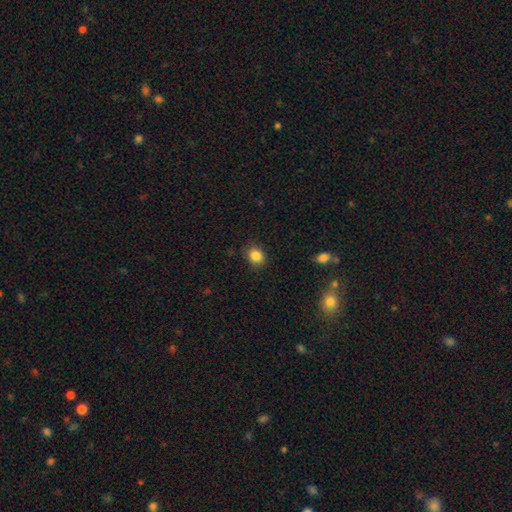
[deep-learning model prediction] smooth_or_featured: smooth (p=0.86) [alt: star or artifact p=0.10]
how_rounded: round (p=0.59) [alt: in between p=0.40]
merging: none (p=0.86) [alt: minor disturbance p=0.10]